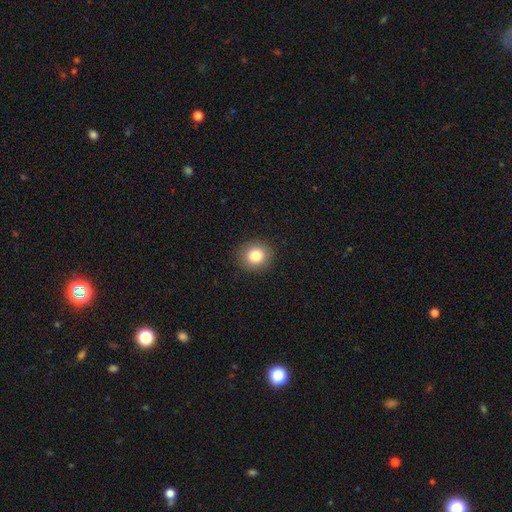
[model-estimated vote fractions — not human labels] Smooth or featured? Predicted: smooth (p=0.83). How rounded? Predicted: round (p=0.86). Merging? Predicted: none (p=0.90).